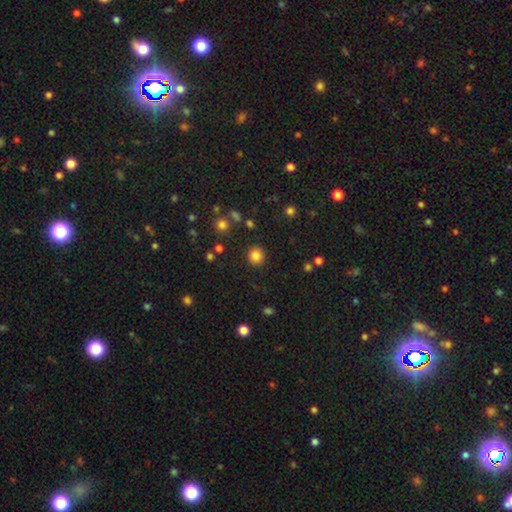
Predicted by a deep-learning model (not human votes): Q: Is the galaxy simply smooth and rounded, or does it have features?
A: smooth — 84%.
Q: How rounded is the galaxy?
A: round — 91%.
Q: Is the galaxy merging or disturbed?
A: none — 89%.